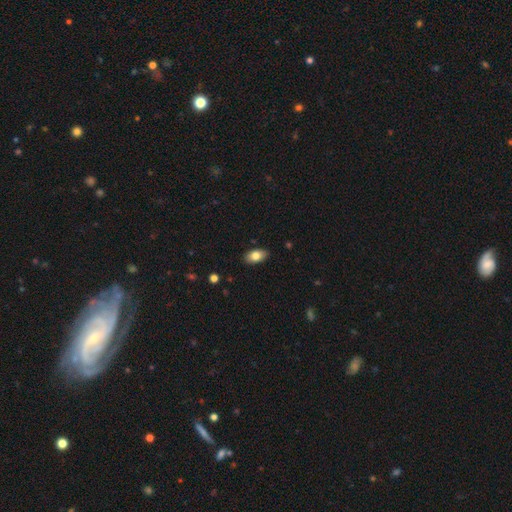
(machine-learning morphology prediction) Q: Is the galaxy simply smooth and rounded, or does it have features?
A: smooth — 80%.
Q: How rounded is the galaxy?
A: in between — 92%.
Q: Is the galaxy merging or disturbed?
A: none — 88%.